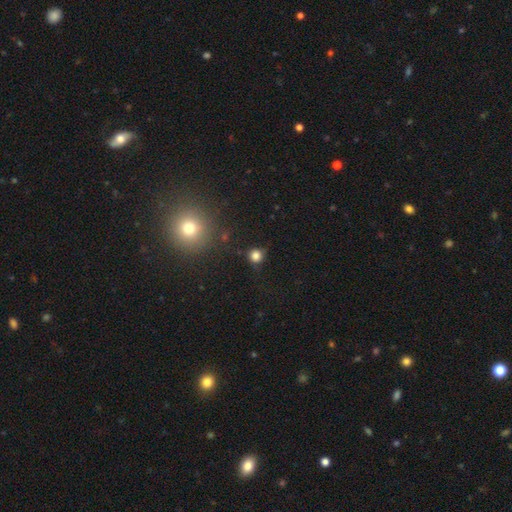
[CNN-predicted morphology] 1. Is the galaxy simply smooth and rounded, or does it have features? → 81% smooth, 14% star or artifact, 5% featured or disk.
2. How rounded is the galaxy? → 91% round, 8% in between, 1% cigar-shaped.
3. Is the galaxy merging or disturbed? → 80% none, 12% minor disturbance, 4% major disturbance, 3% merger.